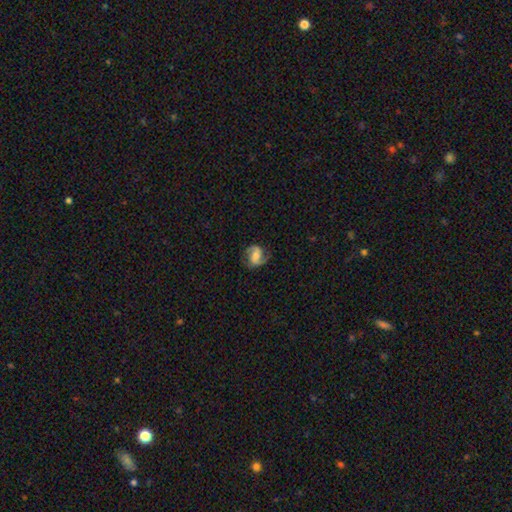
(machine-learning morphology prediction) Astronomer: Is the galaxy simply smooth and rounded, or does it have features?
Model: featured or disk — 77%.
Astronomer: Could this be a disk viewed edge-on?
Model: no — 98%.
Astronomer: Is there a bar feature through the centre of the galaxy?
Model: weak — 43% (runner-up: no, 36%).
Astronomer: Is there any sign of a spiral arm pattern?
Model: yes — 95%.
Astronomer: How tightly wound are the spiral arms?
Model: medium — 49% (runner-up: loose, 33%).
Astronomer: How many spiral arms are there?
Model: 2 — 90%.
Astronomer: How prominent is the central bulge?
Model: moderate — 45% (runner-up: small, 31%).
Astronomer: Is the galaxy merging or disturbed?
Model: none — 78%.